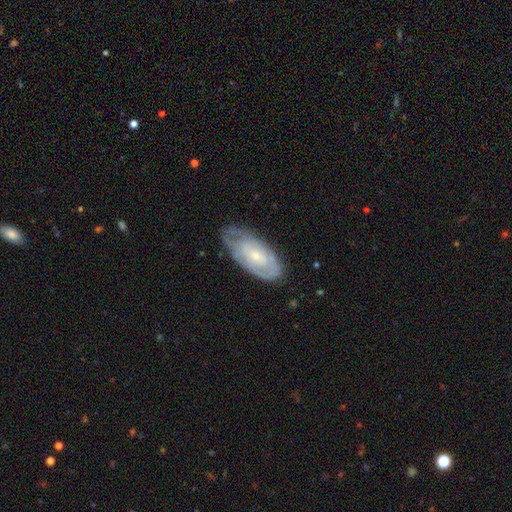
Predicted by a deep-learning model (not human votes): smooth-or-featured: featured or disk: 64% | smooth: 29% | star or artifact: 7%
  disk-edge-on: no: 92% | yes: 8%
    bar: no: 71% | weak: 24% | strong: 5%
    has-spiral-arms: yes: 73% | no: 27%
    bulge-size: small: 69% | moderate: 25% | none: 3% | large: 2% | dominant: 1%
  merging: none: 64% | minor disturbance: 26% | major disturbance: 8% | merger: 2%